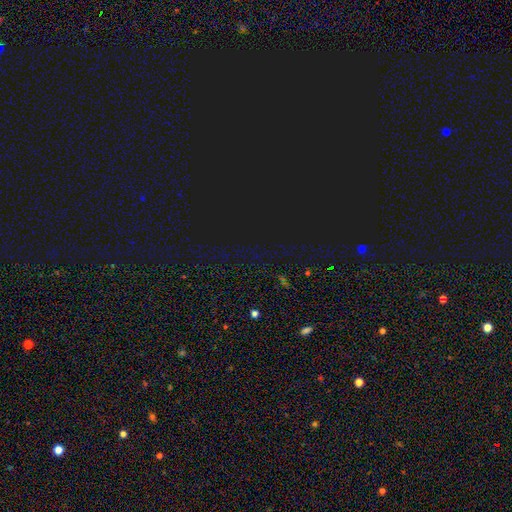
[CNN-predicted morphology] A star or artifact, not a galaxy (81%).